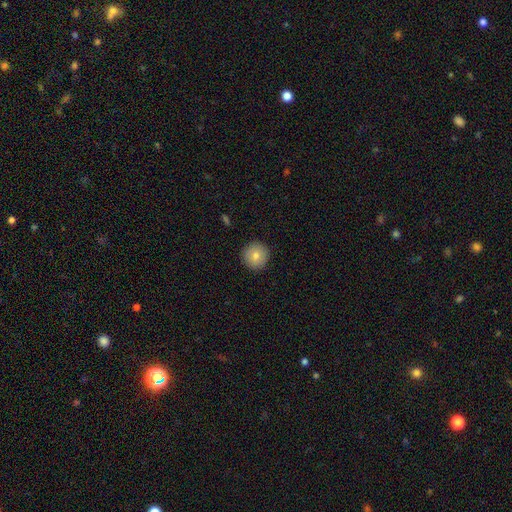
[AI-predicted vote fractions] A smooth galaxy with no disk features (80%) that is round (95%). Merging: none (92%).